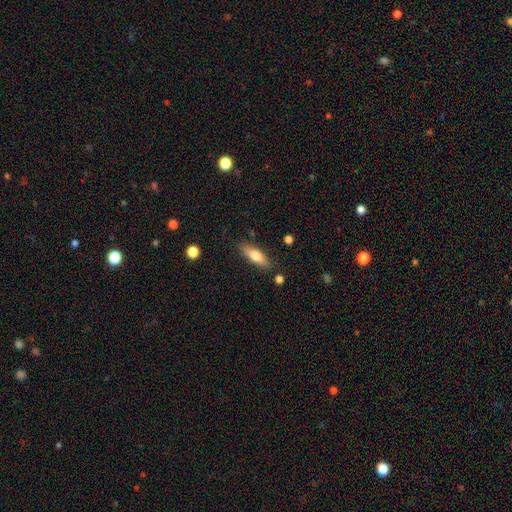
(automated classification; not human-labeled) smooth 70%, featured or disk 24%, star or artifact 6%. Down the decision tree: how rounded — in between (54%); merging — none (83%).